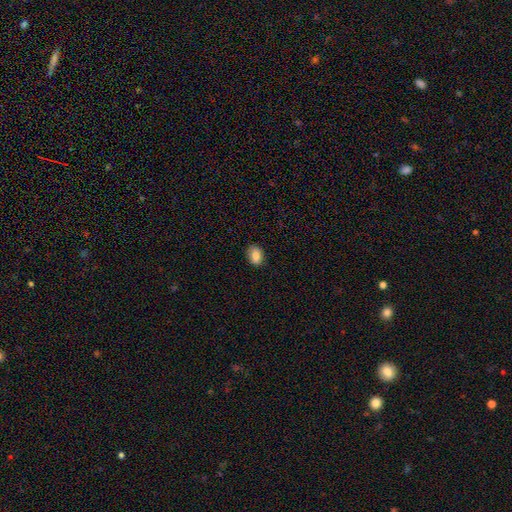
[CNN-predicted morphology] smooth 84%, star or artifact 8%, featured or disk 8%. Down the decision tree: how rounded — in between (72%); merging — none (86%).